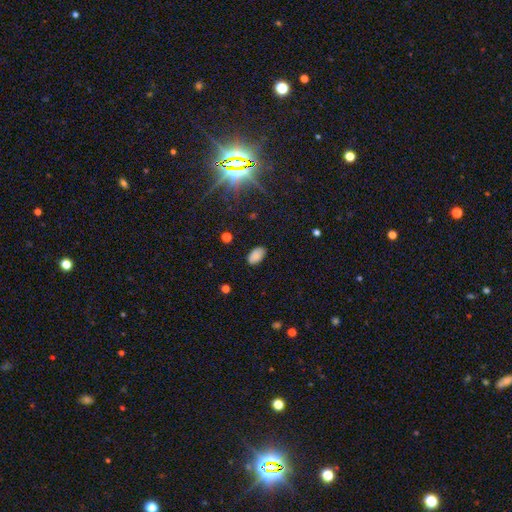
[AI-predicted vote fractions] Q: Smooth or featured?
A: smooth (85%); runner-up: star or artifact (11%)
Q: How rounded?
A: in between (94%); runner-up: round (5%)
Q: Merging?
A: none (84%); runner-up: minor disturbance (12%)